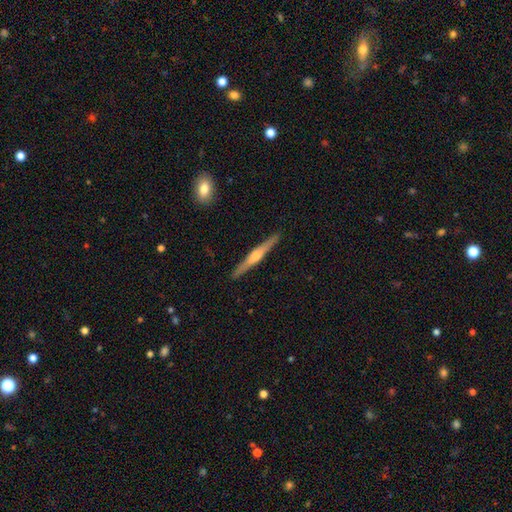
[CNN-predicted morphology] A featured or disk galaxy (72%) viewed edge-on (98%) with a rounded central bulge (88%). Merging: none (92%).